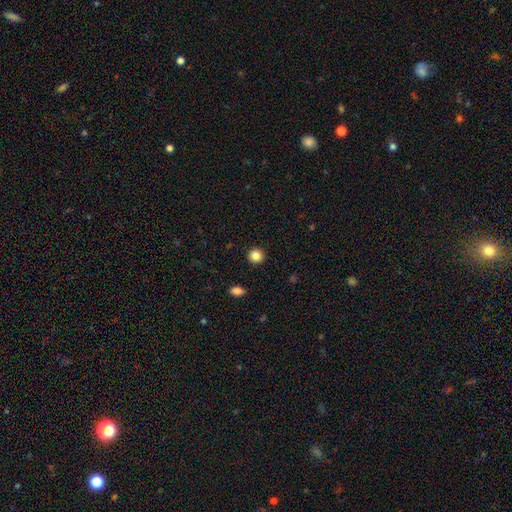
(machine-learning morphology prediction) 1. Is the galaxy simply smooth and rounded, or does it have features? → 86% smooth, 10% star or artifact, 4% featured or disk.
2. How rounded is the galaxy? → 93% round, 6% in between, 1% cigar-shaped.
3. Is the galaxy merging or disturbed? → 92% none, 5% minor disturbance, 2% major disturbance, 1% merger.